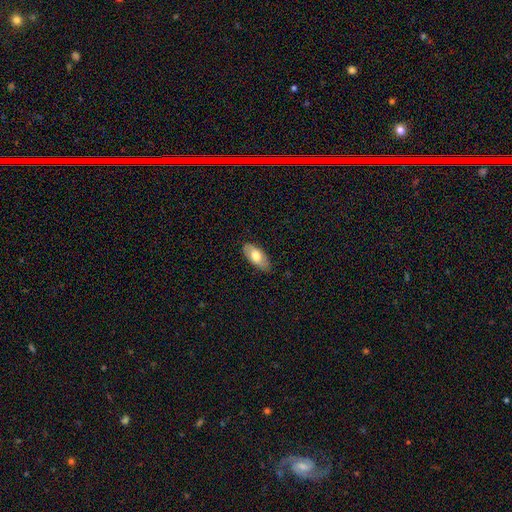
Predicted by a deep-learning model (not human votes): A smooth galaxy with no disk features (70%) that is in between round and cigar-shaped (90%).

Vote fractions:
- Smooth or featured? smooth: 70% / featured or disk: 24% / star or artifact: 6%
- How rounded? in between: 90% / cigar-shaped: 7% / round: 3%
- Merging? none: 82% / minor disturbance: 15% / major disturbance: 2% / merger: 1%